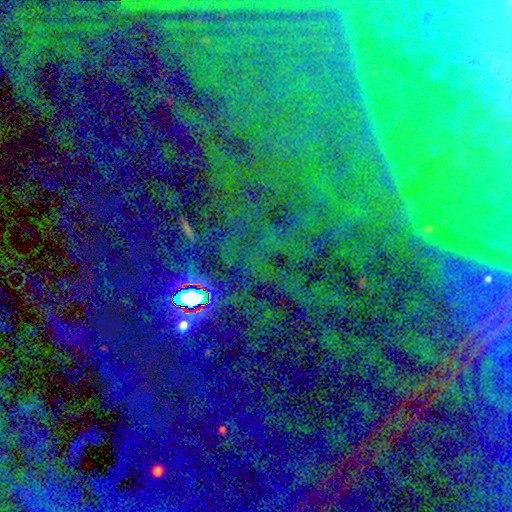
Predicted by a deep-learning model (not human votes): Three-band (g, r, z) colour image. It shows a star or artifact, not a galaxy (83%).